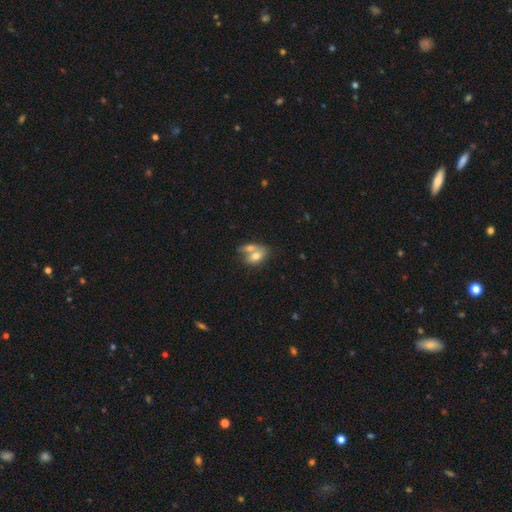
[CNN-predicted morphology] Overall: smooth (71%). How rounded: in between (83%). Merging: merger (59%; none 26%).